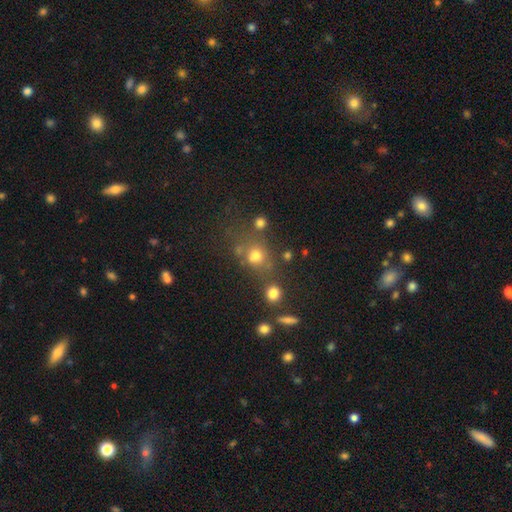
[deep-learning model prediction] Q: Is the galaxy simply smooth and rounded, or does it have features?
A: smooth — 67%.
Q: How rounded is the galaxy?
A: round — 73%.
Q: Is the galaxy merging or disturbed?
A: none — 56%.